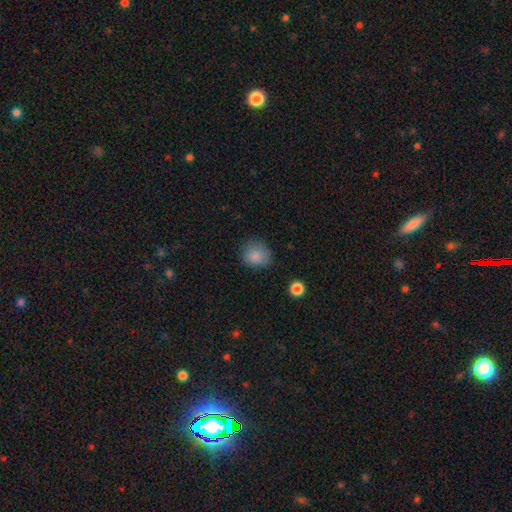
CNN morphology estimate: smooth_or_featured: smooth (p=0.84) [alt: star or artifact p=0.10]
how_rounded: round (p=0.69) [alt: in between p=0.30]
merging: none (p=0.75) [alt: minor disturbance p=0.18]